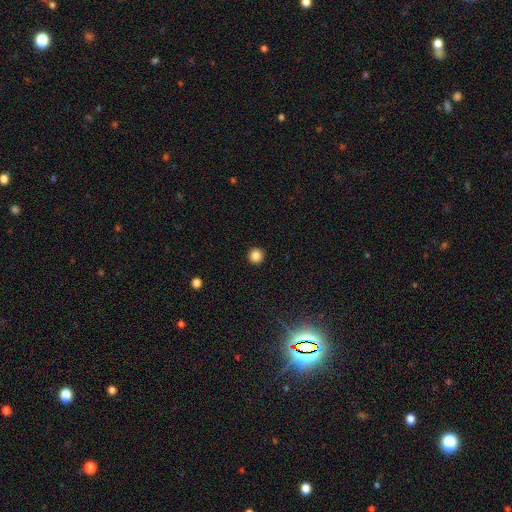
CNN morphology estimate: Smooth or featured? smooth (85%)
How rounded? round (96%)
Merging? none (94%)